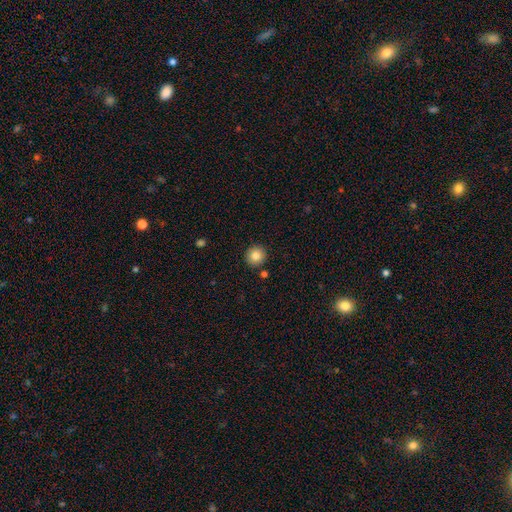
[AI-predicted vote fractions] Smooth or featured? Predicted: smooth (p=0.84). How rounded? Predicted: round (p=0.94). Merging? Predicted: none (p=0.90).